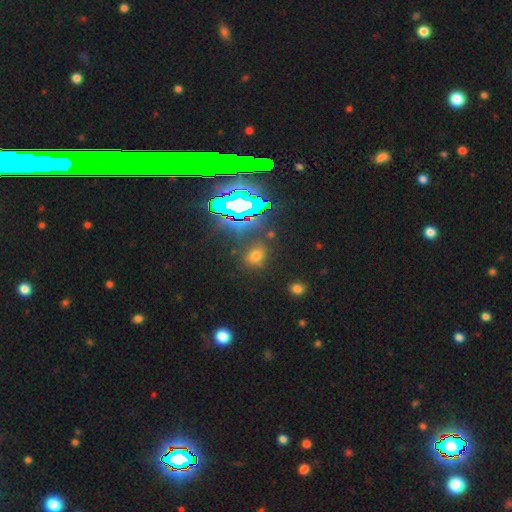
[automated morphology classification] This is possibly a smooth galaxy (56%). How rounded: likely round (60%). Merging: clearly none (82%).